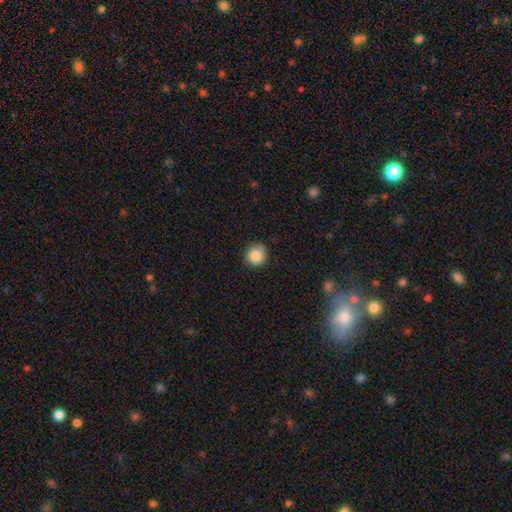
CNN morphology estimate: Smooth or featured: smooth — 87% (star or artifact — 9%)
How rounded: round — 93% (in between — 6%)
Merging: none — 79% (minor disturbance — 16%)